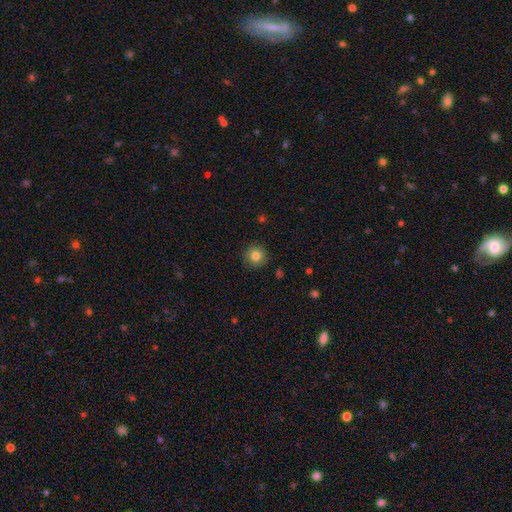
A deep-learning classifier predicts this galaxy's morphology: type=smooth (81%); roundness=round (94%); merging=none (89%).